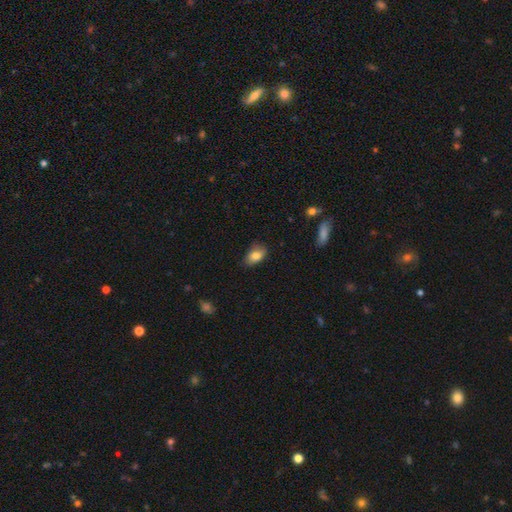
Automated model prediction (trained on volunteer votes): Q: Smooth or featured?
A: smooth (83%); runner-up: featured or disk (10%)
Q: How rounded?
A: in between (90%); runner-up: round (8%)
Q: Merging?
A: none (75%); runner-up: minor disturbance (21%)